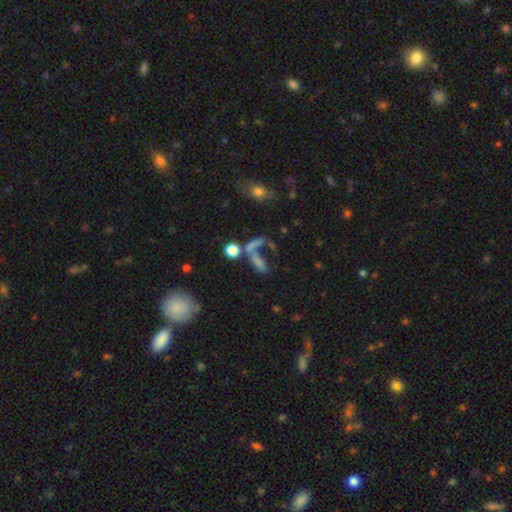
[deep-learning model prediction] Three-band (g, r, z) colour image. It shows a smooth galaxy with no disk features (42%). Merging: none (40%).